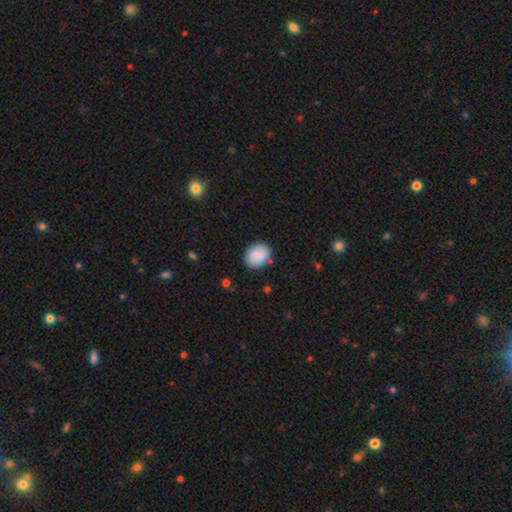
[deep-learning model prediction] smooth 83%, featured or disk 10%, star or artifact 7%. Down the decision tree: how rounded — round (60%); merging — none (84%).